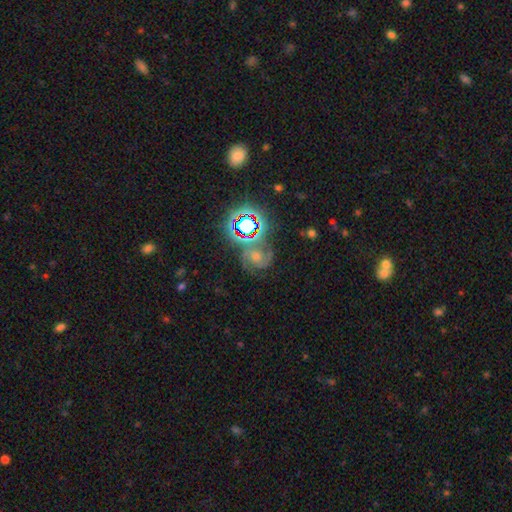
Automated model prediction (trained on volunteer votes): Smooth or featured?
  - featured or disk: 51% *
  - star or artifact: 36%
  - smooth: 13%
Edge-on disk?
  - no: 97% *
  - yes: 3%
Merging?
  - none: 64% *
  - minor disturbance: 16%
  - major disturbance: 11%
  - merger: 9%